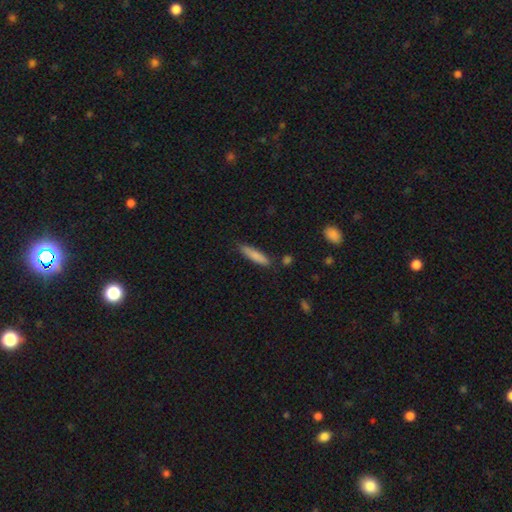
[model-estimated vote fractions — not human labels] Smooth or featured? Predicted: smooth (p=0.81). How rounded? Predicted: cigar-shaped (p=0.83). Merging? Predicted: none (p=0.82).